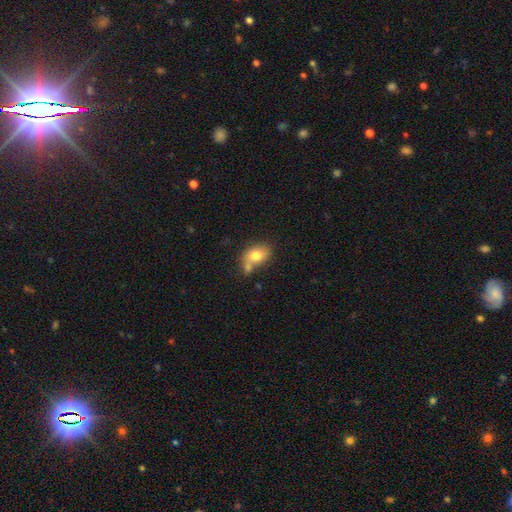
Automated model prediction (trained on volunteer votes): Morphology: type=smooth (76%); roundness=in between (75%); merging=none (43%).